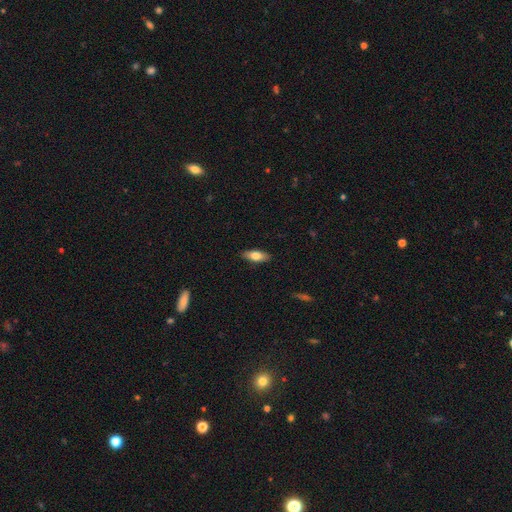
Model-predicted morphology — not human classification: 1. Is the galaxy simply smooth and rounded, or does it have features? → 74% smooth, 20% featured or disk, 6% star or artifact.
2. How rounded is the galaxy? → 75% in between, 22% cigar-shaped, 3% round.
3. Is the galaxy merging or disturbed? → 88% none, 9% minor disturbance, 2% major disturbance, 1% merger.